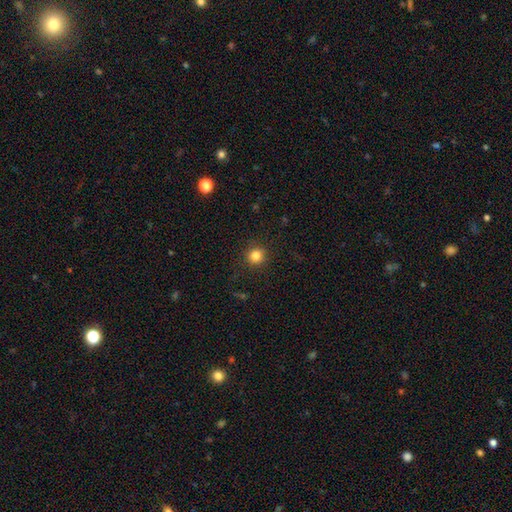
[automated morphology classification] Q: Smooth or featured?
A: smooth (83%); runner-up: star or artifact (12%)
Q: How rounded?
A: round (92%); runner-up: in between (7%)
Q: Merging?
A: none (90%); runner-up: minor disturbance (6%)